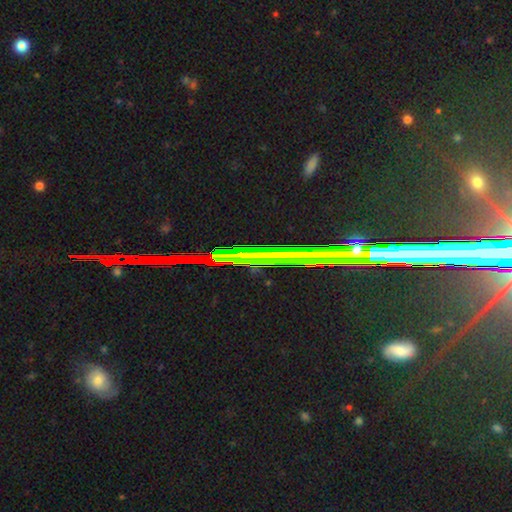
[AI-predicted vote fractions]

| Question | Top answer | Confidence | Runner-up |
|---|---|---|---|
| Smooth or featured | star or artifact | 75% | featured or disk (16%) |